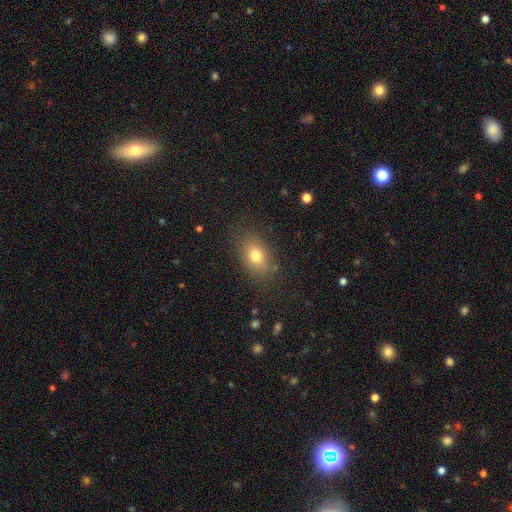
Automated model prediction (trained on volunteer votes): Overall: smooth (77%). How rounded: in between (78%). Merging: none (81%).